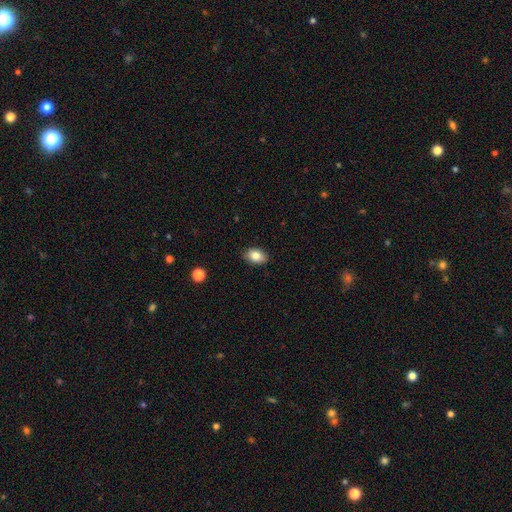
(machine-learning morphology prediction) Smooth or featured? Predicted: smooth (p=0.84). How rounded? Predicted: in between (p=0.86). Merging? Predicted: none (p=0.88).